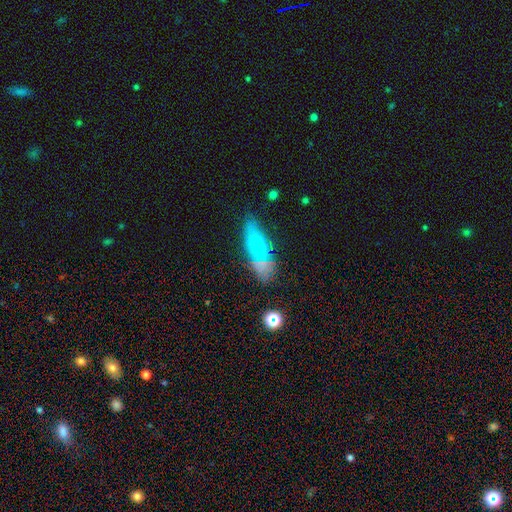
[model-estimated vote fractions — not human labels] smooth 58%, featured or disk 22%, star or artifact 20%. Down the decision tree: how rounded — in between (61%); merging — none (62%).